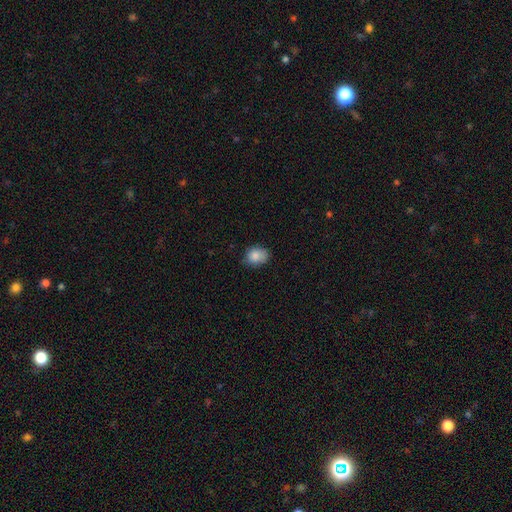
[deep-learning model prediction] Smooth or featured?
  - smooth: 86% *
  - star or artifact: 8%
  - featured or disk: 6%
How rounded?
  - in between: 59% *
  - round: 40%
  - cigar-shaped: 1%
Merging?
  - none: 69% *
  - minor disturbance: 25%
  - major disturbance: 4%
  - merger: 1%